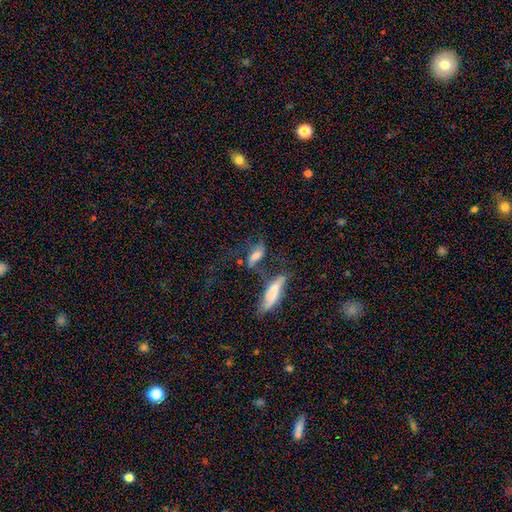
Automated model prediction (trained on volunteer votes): A smooth galaxy with no disk features (49%). Merging: merger (35%).